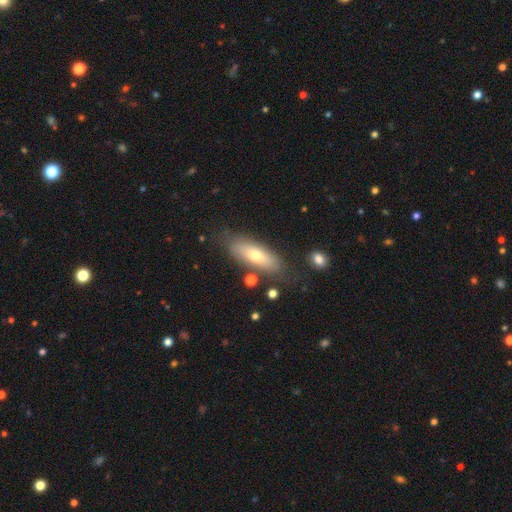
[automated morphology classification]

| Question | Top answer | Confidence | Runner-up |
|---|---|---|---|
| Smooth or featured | smooth | 62% | featured or disk (31%) |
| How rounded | in between | 64% | cigar-shaped (33%) |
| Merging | none | 76% | minor disturbance (15%) |